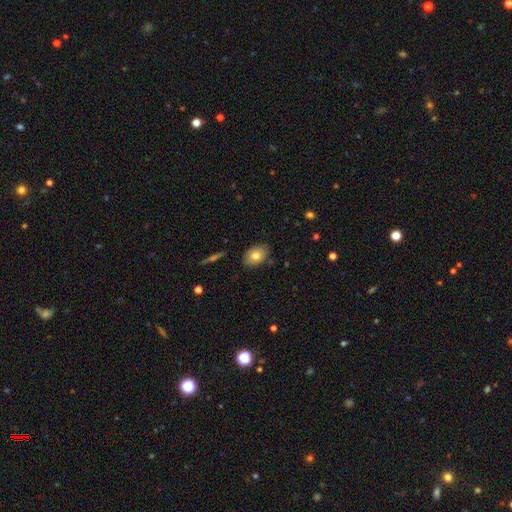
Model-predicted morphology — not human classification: smooth-or-featured: smooth: 74% | featured or disk: 18% | star or artifact: 8%
  how-rounded: in between: 83% | round: 16% | cigar-shaped: 1%
  merging: none: 83% | minor disturbance: 13% | major disturbance: 2% | merger: 2%